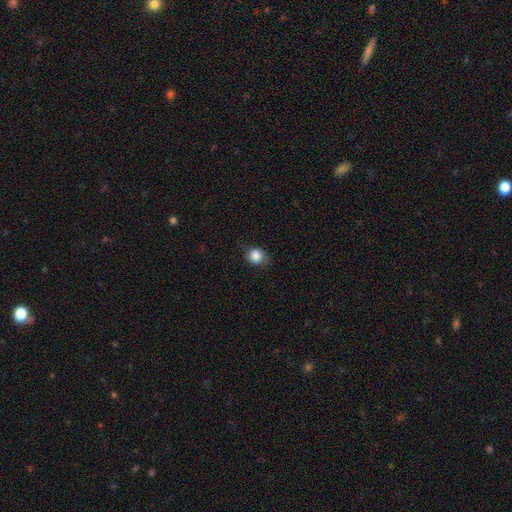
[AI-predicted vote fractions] Overall: smooth (86%). How rounded: round (74%). Merging: none (77%).